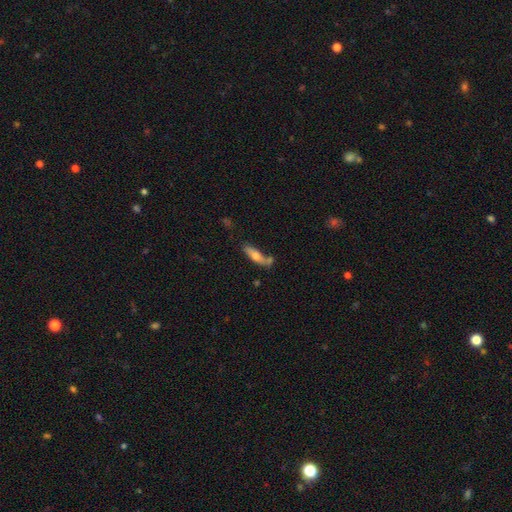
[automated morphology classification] A smooth galaxy with no disk features (59%) that is cigar-shaped (56%). Merging: none (51%).